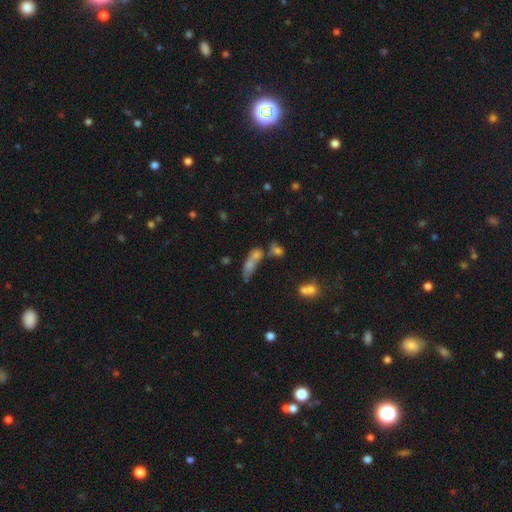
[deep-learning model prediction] Q: Smooth or featured?
A: smooth (57%); runner-up: featured or disk (25%)
Q: How rounded?
A: cigar-shaped (46%); runner-up: in between (44%)
Q: Merging?
A: merger (42%); runner-up: none (33%)